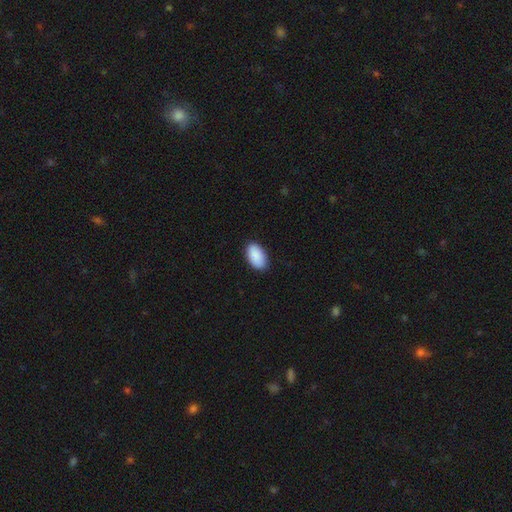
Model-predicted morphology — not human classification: This is clearly a smooth galaxy (91%). How rounded: clearly in between (95%). Merging: clearly none (88%).